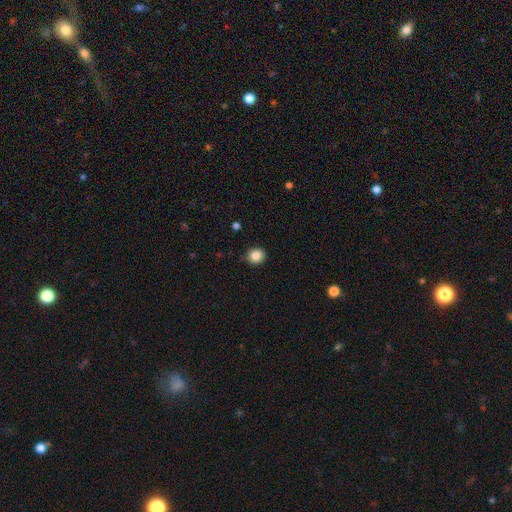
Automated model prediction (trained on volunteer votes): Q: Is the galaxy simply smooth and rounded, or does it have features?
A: smooth — 86%.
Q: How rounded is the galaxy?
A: round — 87%.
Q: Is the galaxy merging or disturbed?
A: none — 88%.